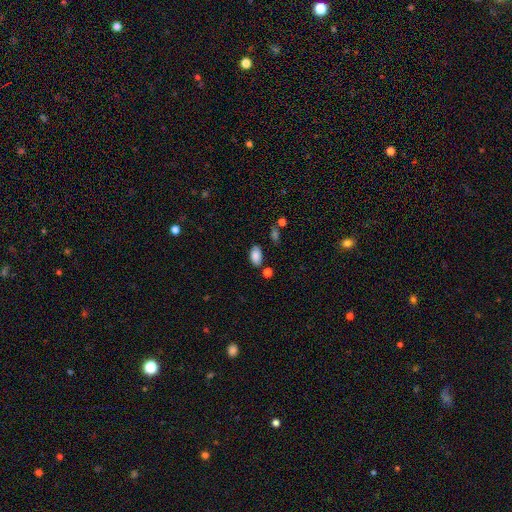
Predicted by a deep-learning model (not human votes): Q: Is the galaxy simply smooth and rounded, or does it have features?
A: smooth — 86%.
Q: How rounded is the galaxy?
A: in between — 93%.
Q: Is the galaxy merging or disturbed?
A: none — 78%.